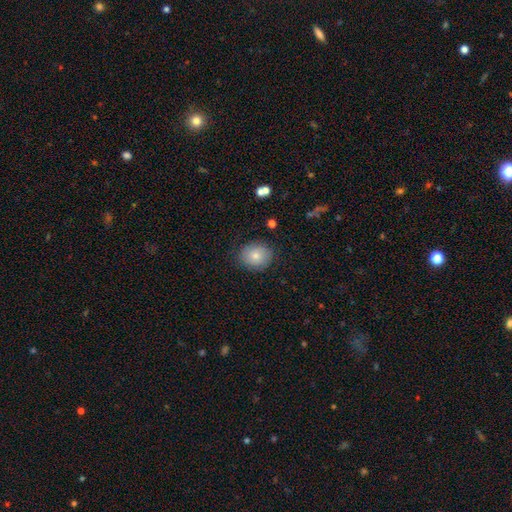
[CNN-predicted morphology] Smooth or featured?
  - smooth: 78% *
  - featured or disk: 14%
  - star or artifact: 8%
How rounded?
  - round: 65% *
  - in between: 34%
  - cigar-shaped: 1%
Merging?
  - none: 83% *
  - minor disturbance: 13%
  - major disturbance: 3%
  - merger: 1%